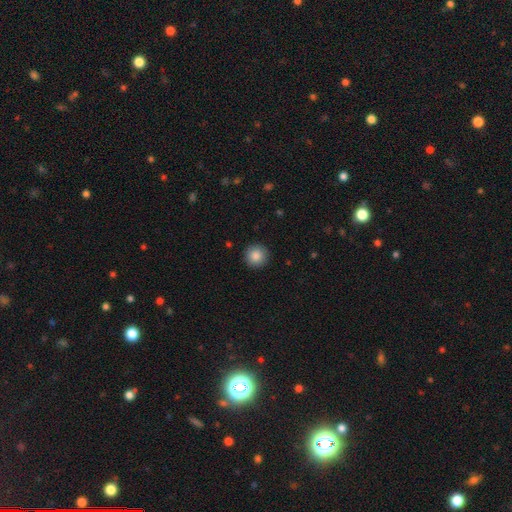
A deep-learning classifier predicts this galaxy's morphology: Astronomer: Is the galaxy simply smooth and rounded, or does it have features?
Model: smooth — 87%.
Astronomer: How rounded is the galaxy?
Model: round — 96%.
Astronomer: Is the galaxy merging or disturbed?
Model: none — 92%.